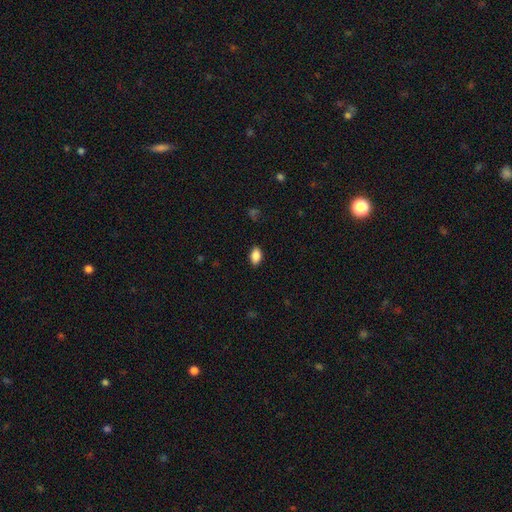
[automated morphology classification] Smooth or featured: smooth — 87% (star or artifact — 8%)
How rounded: in between — 89% (round — 9%)
Merging: none — 87% (minor disturbance — 10%)